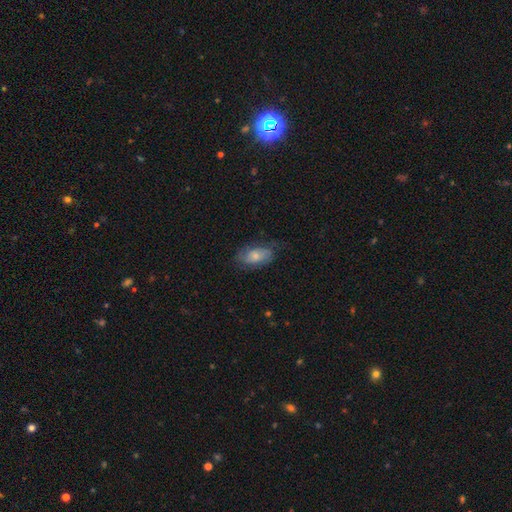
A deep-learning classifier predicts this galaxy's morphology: smooth_or_featured: smooth (p=0.61) [alt: featured or disk p=0.32]
how_rounded: in between (p=0.91) [alt: round p=0.05]
merging: none (p=0.64) [alt: minor disturbance p=0.25]